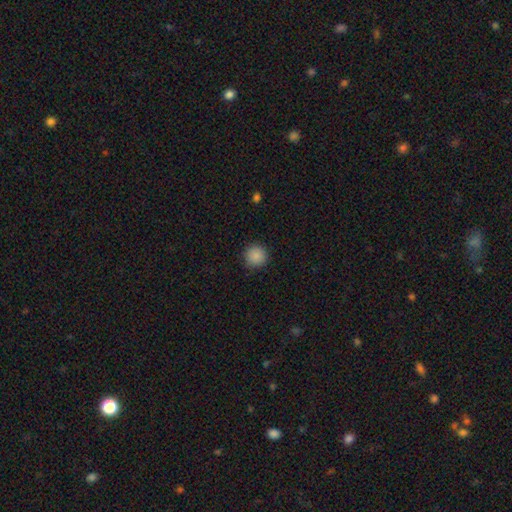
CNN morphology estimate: This is clearly a smooth galaxy (87%). How rounded: clearly round (95%). Merging: clearly none (90%).